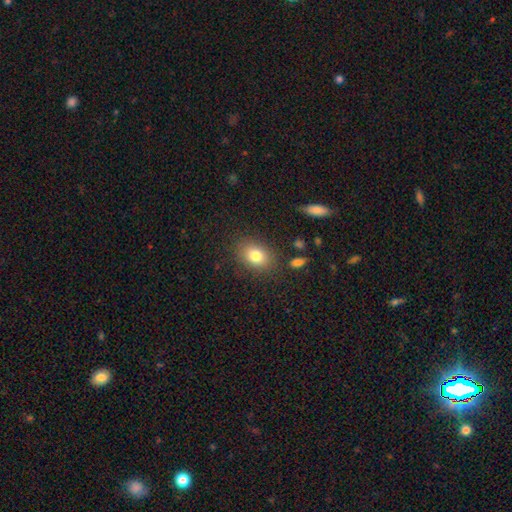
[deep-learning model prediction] smooth_or_featured: smooth (p=0.80) [alt: featured or disk p=0.10]
how_rounded: in between (p=0.70) [alt: round p=0.29]
merging: none (p=0.83) [alt: minor disturbance p=0.11]